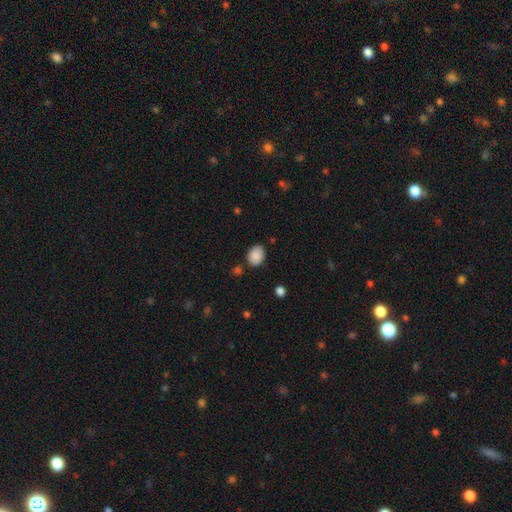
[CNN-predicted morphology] Overall: smooth (89%). How rounded: in between (72%). Merging: none (82%).